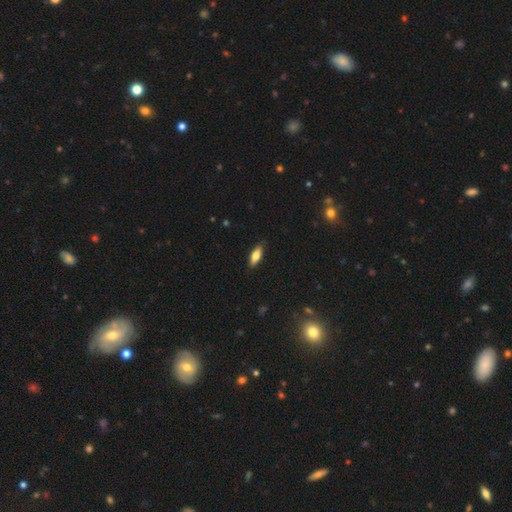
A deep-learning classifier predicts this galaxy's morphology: This appears to be a smooth galaxy with no disk features (73%) that is in between round and cigar-shaped (65%). Merging: none (86%).